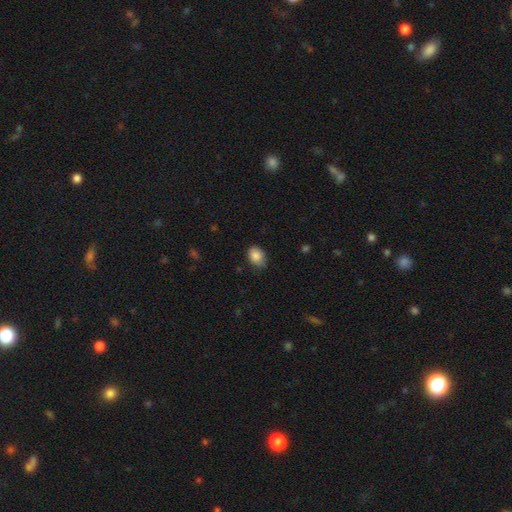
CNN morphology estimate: smooth-or-featured: smooth: 86% | star or artifact: 8% | featured or disk: 6%
  how-rounded: in between: 69% | round: 30% | cigar-shaped: 1%
  merging: none: 67% | minor disturbance: 27% | major disturbance: 4% | merger: 1%